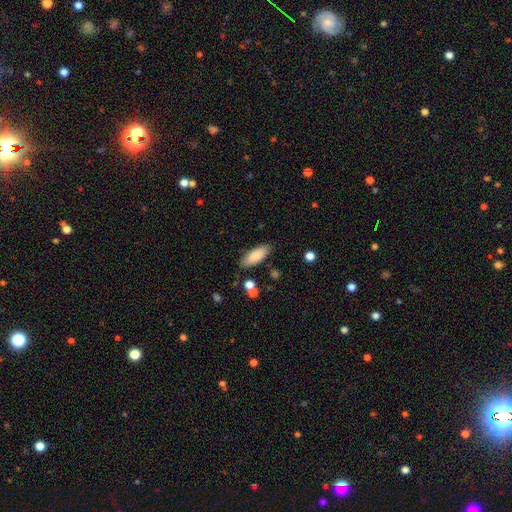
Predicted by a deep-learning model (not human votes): smooth 85%, featured or disk 8%, star or artifact 6%. Down the decision tree: how rounded — in between (76%); merging — none (83%).